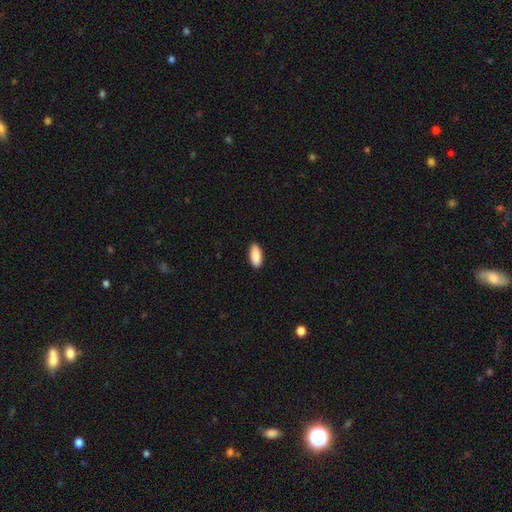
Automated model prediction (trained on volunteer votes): A smooth galaxy with no disk features (90%) that is in between round and cigar-shaped (86%).

Vote fractions:
- Smooth or featured? smooth: 90% / star or artifact: 6% / featured or disk: 4%
- How rounded? in between: 86% / cigar-shaped: 12% / round: 2%
- Merging? none: 90% / minor disturbance: 7% / major disturbance: 2% / merger: 1%